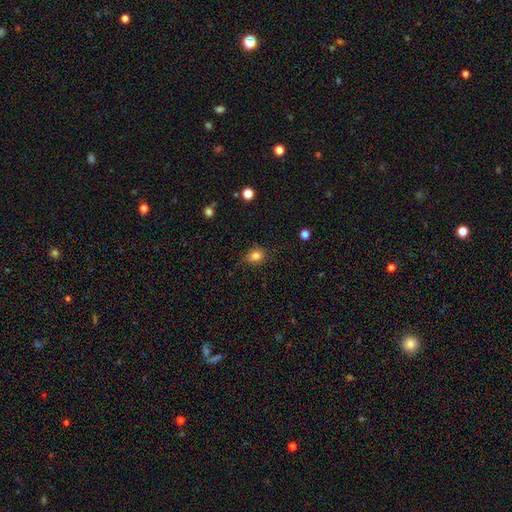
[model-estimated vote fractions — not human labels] Smooth or featured?
  - smooth: 82% *
  - star or artifact: 12%
  - featured or disk: 6%
How rounded?
  - round: 63% *
  - in between: 36%
  - cigar-shaped: 1%
Merging?
  - none: 75% *
  - minor disturbance: 20%
  - major disturbance: 4%
  - merger: 1%